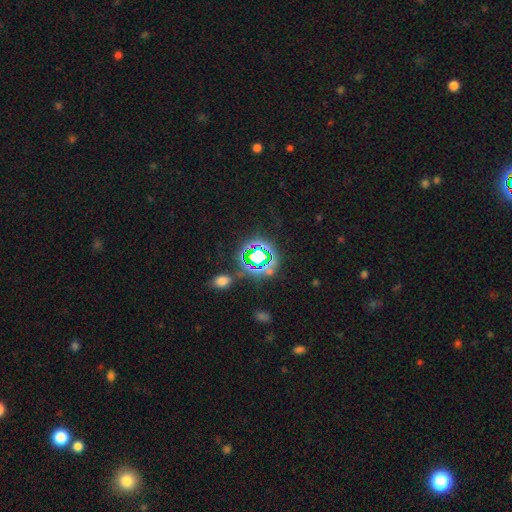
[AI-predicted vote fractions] Smooth or featured?
  - star or artifact: 69% *
  - smooth: 20%
  - featured or disk: 11%